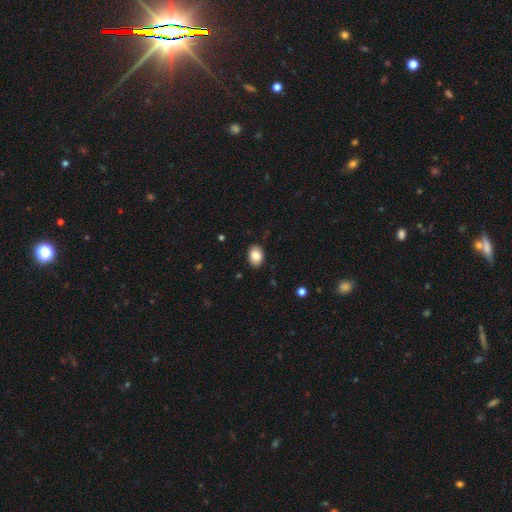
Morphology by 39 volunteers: Smooth or featured? 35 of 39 (90%) said smooth. How rounded? 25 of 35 (71%) said in between. Merging? 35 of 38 (92%) said none.